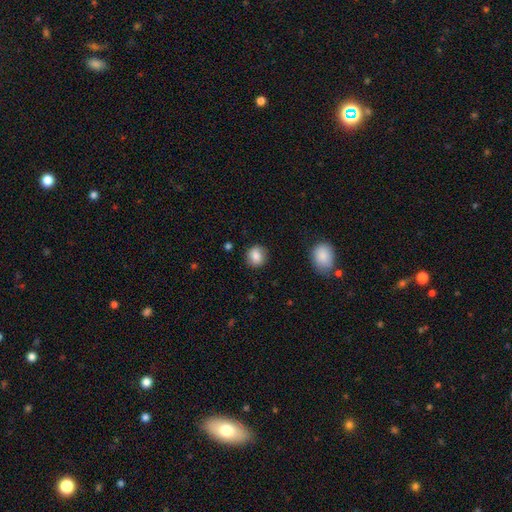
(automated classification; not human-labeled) smooth-or-featured: smooth: 85% | star or artifact: 9% | featured or disk: 7%
  how-rounded: round: 79% | in between: 20% | cigar-shaped: 1%
  merging: none: 87% | minor disturbance: 9% | major disturbance: 2% | merger: 1%